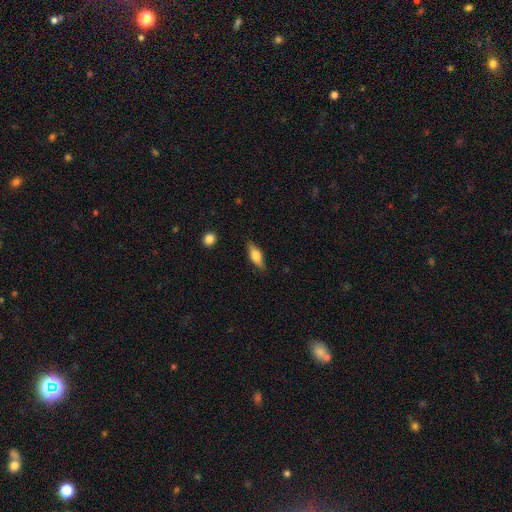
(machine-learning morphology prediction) The model was most divided on "smooth or featured": smooth: 61%, featured or disk: 32%, star or artifact: 7%. More confident: merging — none (82%); how rounded — in between (64%).